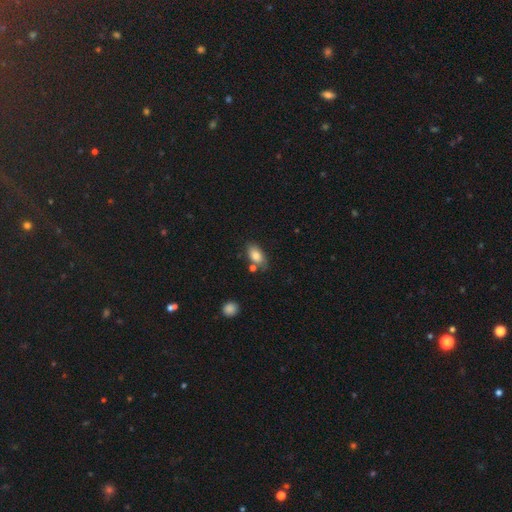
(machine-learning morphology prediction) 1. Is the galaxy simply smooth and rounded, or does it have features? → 81% smooth, 12% featured or disk, 8% star or artifact.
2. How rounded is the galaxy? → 91% in between, 5% round, 3% cigar-shaped.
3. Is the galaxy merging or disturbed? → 68% none, 18% minor disturbance, 10% merger, 4% major disturbance.